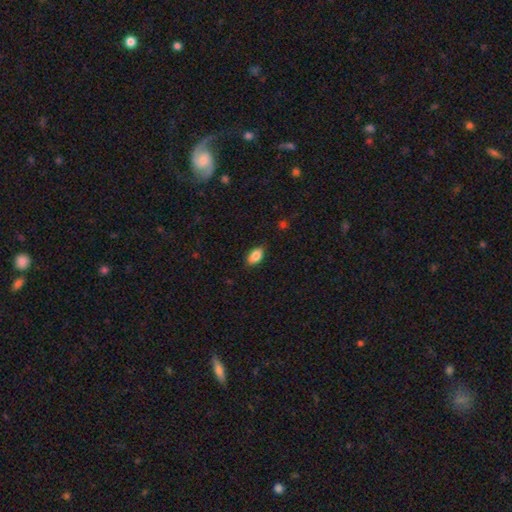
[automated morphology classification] Smooth or featured?
  - smooth: 86% *
  - star or artifact: 8%
  - featured or disk: 7%
How rounded?
  - in between: 91% *
  - round: 6%
  - cigar-shaped: 3%
Merging?
  - none: 84% *
  - minor disturbance: 12%
  - major disturbance: 2%
  - merger: 1%